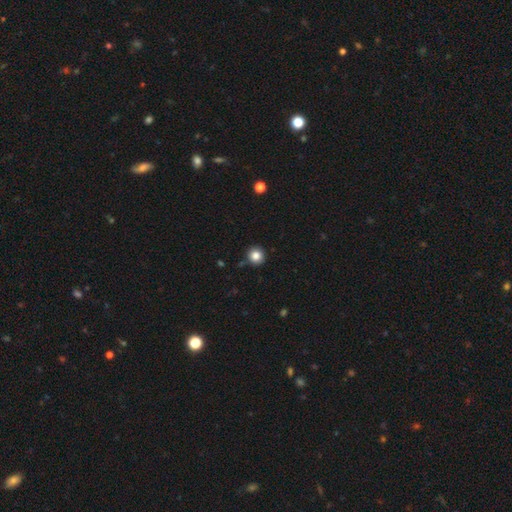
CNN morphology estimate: smooth-or-featured: smooth: 84% | star or artifact: 11% | featured or disk: 5%
  how-rounded: round: 93% | in between: 6% | cigar-shaped: 1%
  merging: none: 89% | minor disturbance: 7% | merger: 2% | major disturbance: 2%